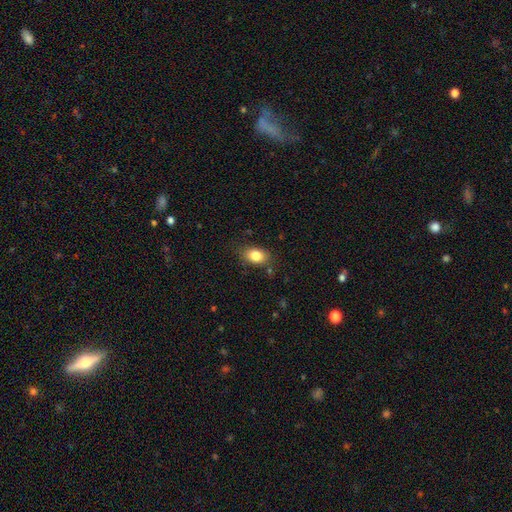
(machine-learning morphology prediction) A smooth galaxy with no disk features (84%) that is in between round and cigar-shaped (80%).

Vote fractions:
- Smooth or featured? smooth: 84% / star or artifact: 9% / featured or disk: 8%
- How rounded? in between: 80% / round: 18% / cigar-shaped: 2%
- Merging? none: 79% / minor disturbance: 15% / major disturbance: 4% / merger: 2%